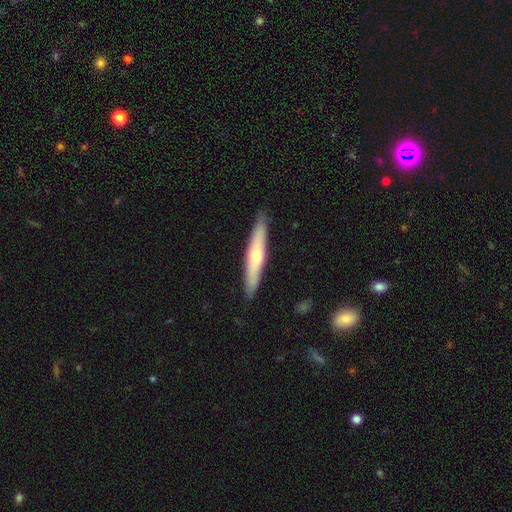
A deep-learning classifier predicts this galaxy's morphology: type=featured or disk (50%); edge-on=yes (88%); merging=none (89%).